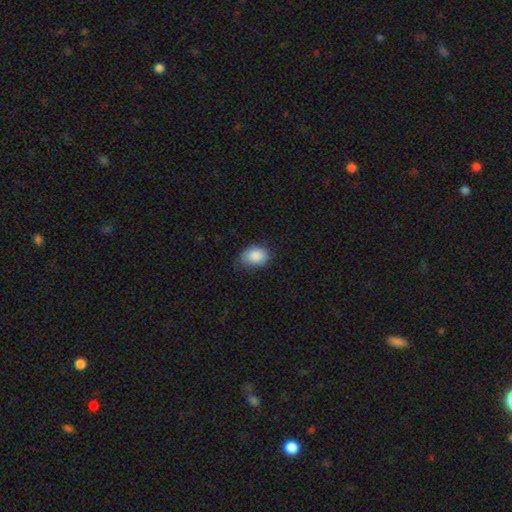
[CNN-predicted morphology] Overall: smooth (87%). How rounded: in between (73%). Merging: none (67%; minor disturbance 27%).